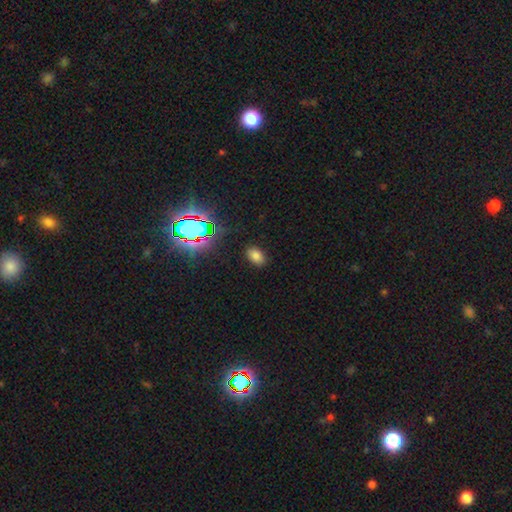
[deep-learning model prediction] Smooth or featured: smooth — 73% (star or artifact — 20%)
How rounded: in between — 86% (round — 13%)
Merging: none — 86% (minor disturbance — 9%)